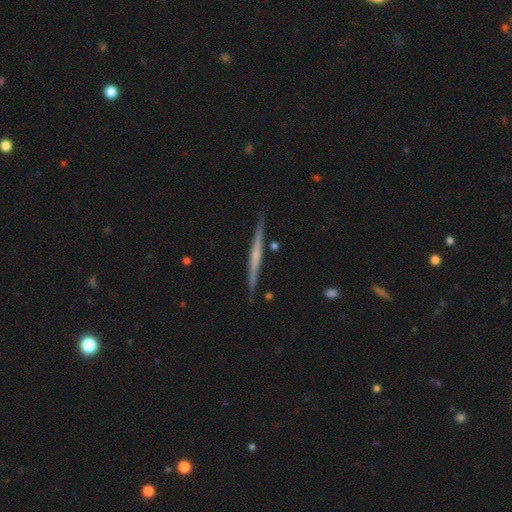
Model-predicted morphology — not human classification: A featured or disk galaxy (68%) viewed edge-on (98%) with no central bulge (61%). Merging: none (89%).